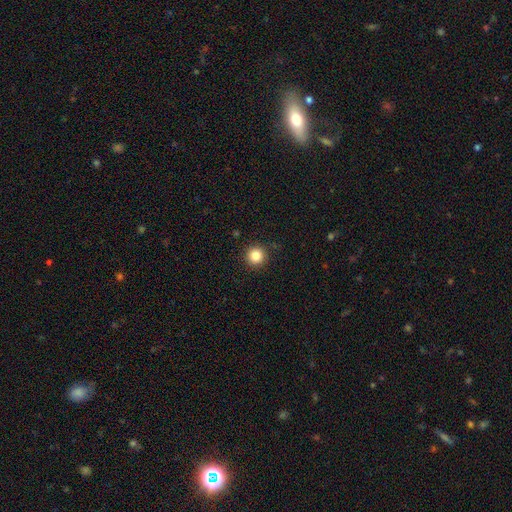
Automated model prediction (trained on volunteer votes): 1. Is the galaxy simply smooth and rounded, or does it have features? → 85% smooth, 11% star or artifact, 4% featured or disk.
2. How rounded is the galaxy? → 95% round, 4% in between, 1% cigar-shaped.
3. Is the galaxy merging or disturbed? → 91% none, 6% minor disturbance, 2% major disturbance, 1% merger.